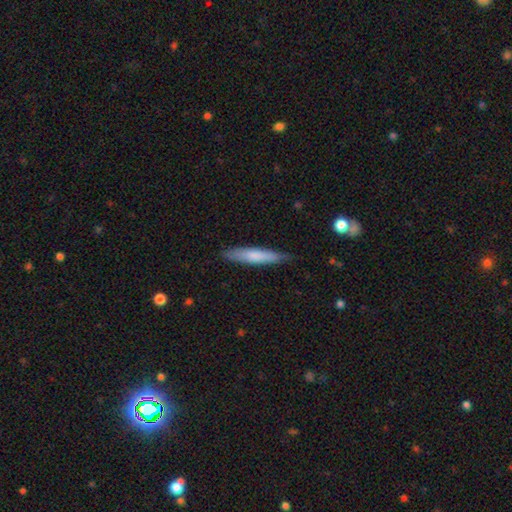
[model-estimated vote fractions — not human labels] Smooth or featured?
  - smooth: 69% *
  - featured or disk: 25%
  - star or artifact: 6%
How rounded?
  - cigar-shaped: 89% *
  - in between: 10%
  - round: 1%
Merging?
  - none: 83% *
  - minor disturbance: 14%
  - major disturbance: 2%
  - merger: 1%